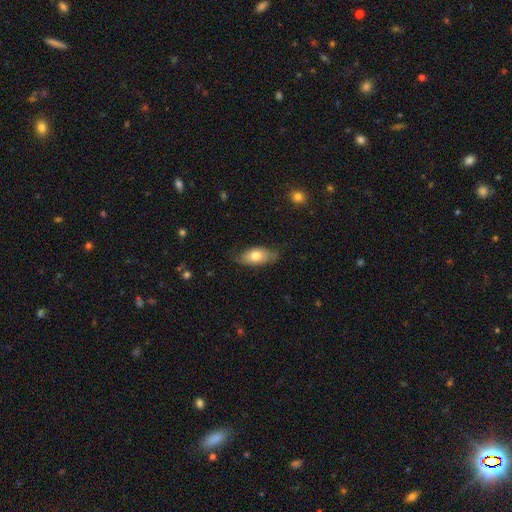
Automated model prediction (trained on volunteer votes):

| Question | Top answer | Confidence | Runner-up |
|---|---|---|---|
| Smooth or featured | smooth | 70% | featured or disk (23%) |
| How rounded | in between | 89% | cigar-shaped (7%) |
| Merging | none | 64% | minor disturbance (29%) |